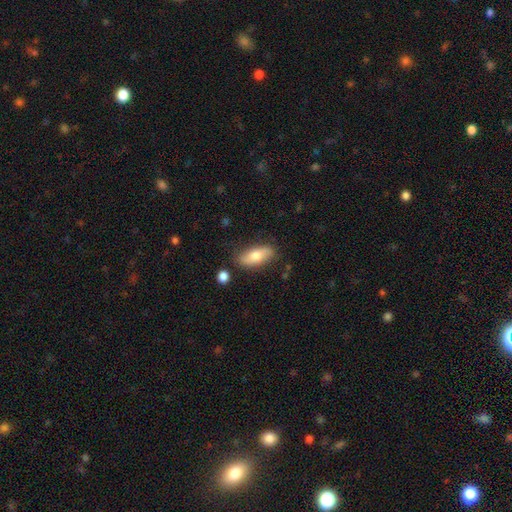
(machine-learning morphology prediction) The model was most divided on "smooth or featured": smooth: 73%, featured or disk: 21%, star or artifact: 6%. More confident: merging — none (81%); how rounded — in between (76%).